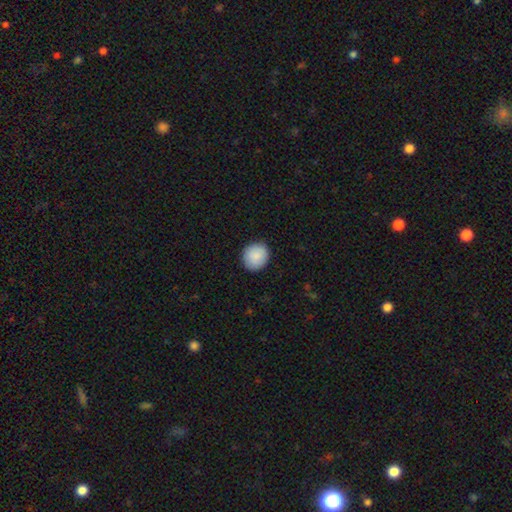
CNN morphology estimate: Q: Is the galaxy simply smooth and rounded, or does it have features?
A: smooth — 89%.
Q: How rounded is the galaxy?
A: round — 84%.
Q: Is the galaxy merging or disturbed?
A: none — 90%.